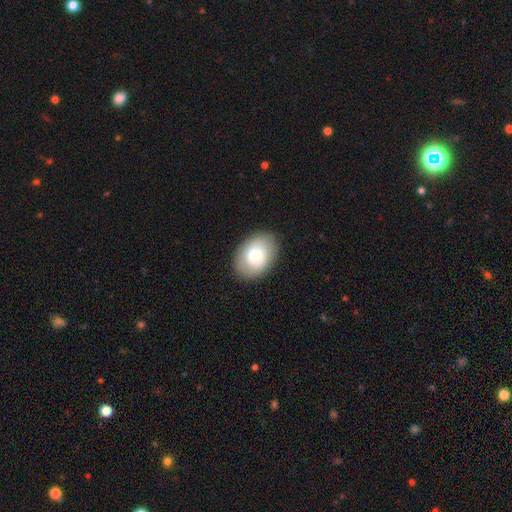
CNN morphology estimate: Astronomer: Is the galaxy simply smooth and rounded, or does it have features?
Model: smooth — 74%.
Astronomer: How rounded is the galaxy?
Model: in between — 76%.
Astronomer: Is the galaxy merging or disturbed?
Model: none — 87%.